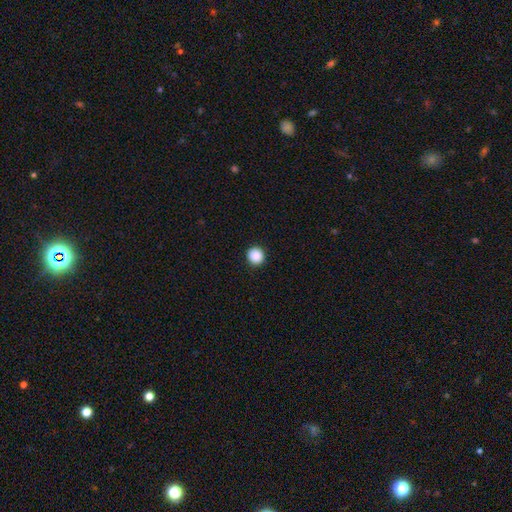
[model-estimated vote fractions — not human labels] This is clearly a smooth galaxy (89%). How rounded: clearly round (93%). Merging: clearly none (93%).